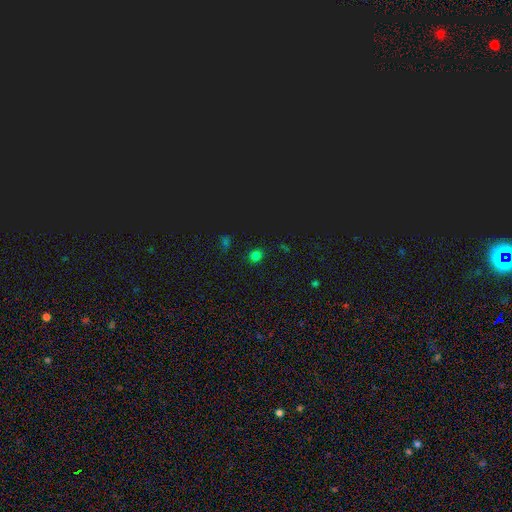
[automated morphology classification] Smooth or featured? smooth (72%)
How rounded? round (61%)
Merging? none (84%)